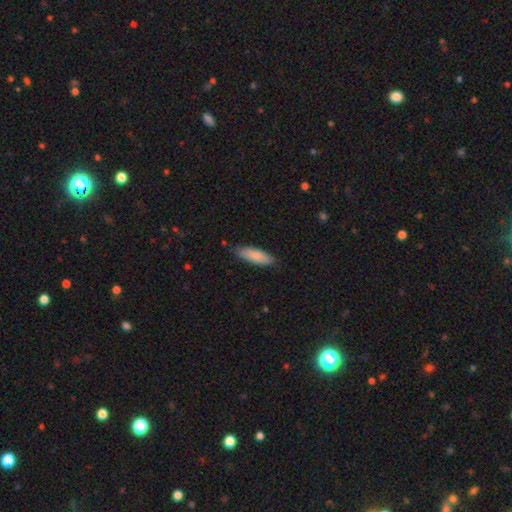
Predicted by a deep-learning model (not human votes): Overall: smooth (82%). How rounded: cigar-shaped (51%; in between 47%). Merging: none (81%).